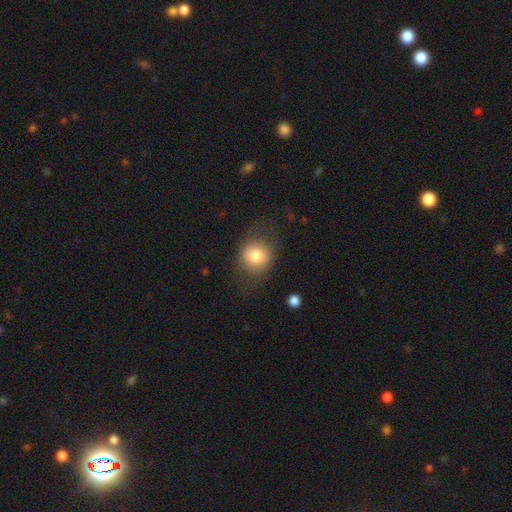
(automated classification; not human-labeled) smooth 76%, featured or disk 15%, star or artifact 9%. Down the decision tree: how rounded — round (77%); merging — none (69%).